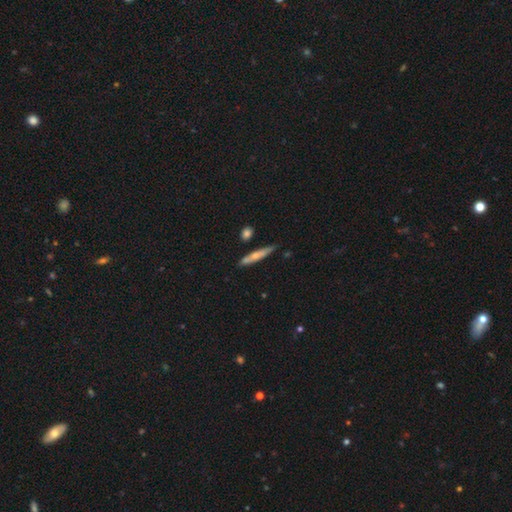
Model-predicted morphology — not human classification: This appears to be a smooth galaxy with no disk features (57%) that is cigar-shaped (89%). Merging: none (76%).